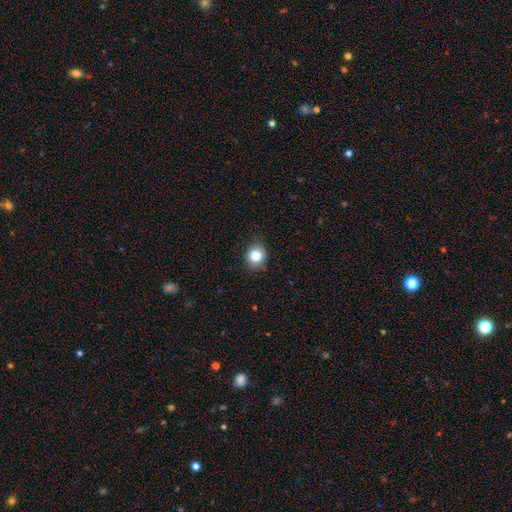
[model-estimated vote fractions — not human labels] This is clearly a smooth galaxy (83%). How rounded: likely round (76%). Merging: clearly none (84%).